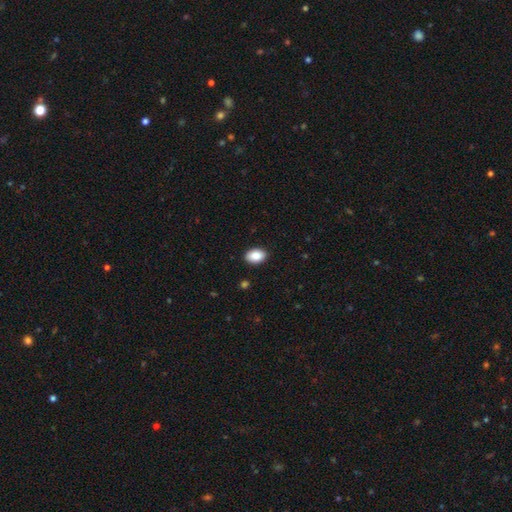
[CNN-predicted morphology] smooth_or_featured: smooth (p=0.86) [alt: star or artifact p=0.07]
how_rounded: in between (p=0.88) [alt: round p=0.11]
merging: none (p=0.90) [alt: minor disturbance p=0.07]